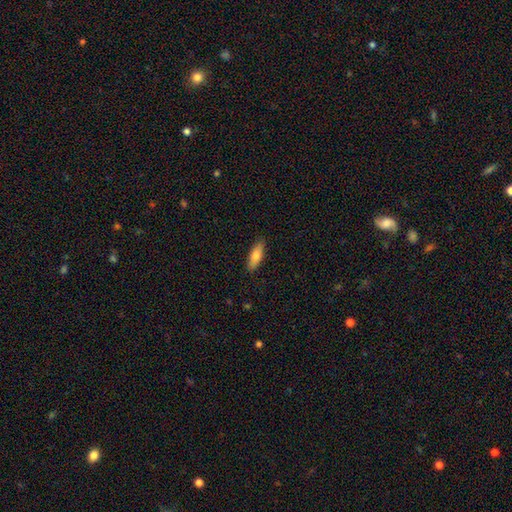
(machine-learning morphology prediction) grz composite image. It shows a smooth galaxy with no disk features (75%) that is in between round and cigar-shaped (56%). Merging: none (88%).